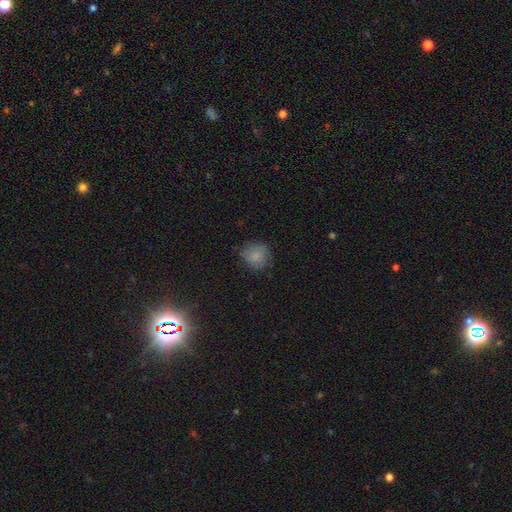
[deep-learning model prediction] The model was most divided on "merging": none: 72%, minor disturbance: 21%, major disturbance: 6%, merger: 1%. More confident: how rounded — round (85%); smooth or featured — smooth (82%).